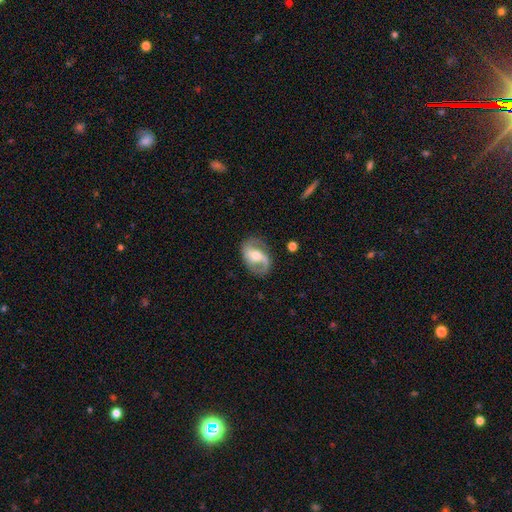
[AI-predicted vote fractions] Overall: featured or disk (82%). Edge-on disk: no (97%). Bar: weak (42%; no 30%). Spiral arms: yes (93%). Spiral arm count: 2 (86%). Spiral winding: loose (49%; medium 38%). Bulge size: moderate (63%; small 30%). Merging: none (76%).